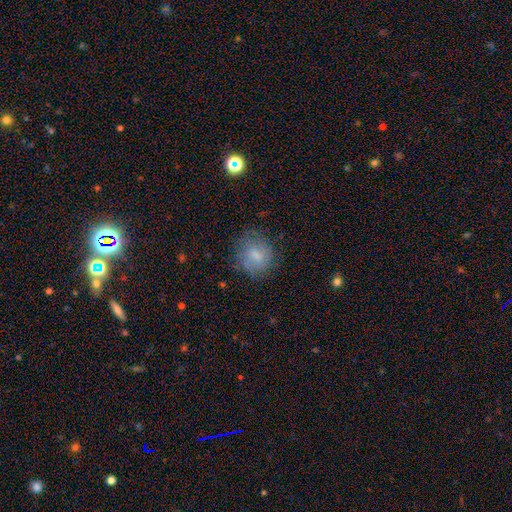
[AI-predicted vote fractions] A smooth galaxy with no disk features (68%) that is round (77%).

Vote fractions:
- Smooth or featured? smooth: 68% / featured or disk: 23% / star or artifact: 9%
- How rounded? round: 77% / in between: 22% / cigar-shaped: 1%
- Merging? none: 71% / minor disturbance: 19% / major disturbance: 8% / merger: 2%